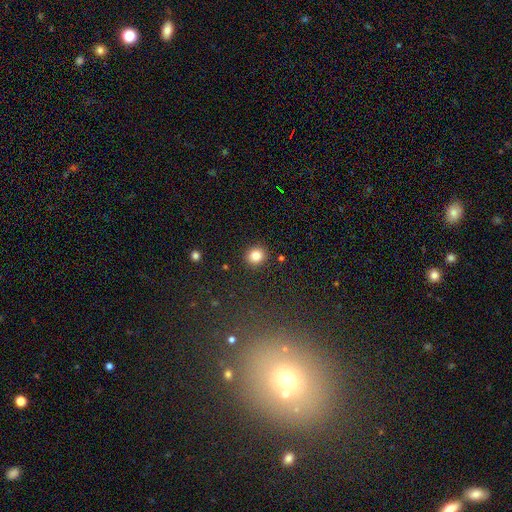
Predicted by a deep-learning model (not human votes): Morphology: type=smooth (83%); roundness=round (84%); merging=none (91%).